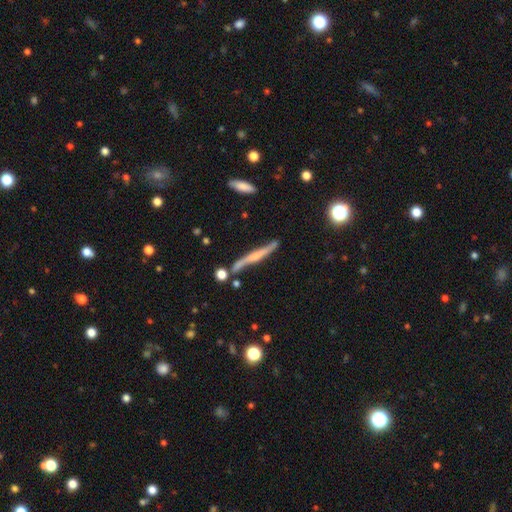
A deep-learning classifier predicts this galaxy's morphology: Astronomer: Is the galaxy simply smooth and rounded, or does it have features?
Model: featured or disk — 65%.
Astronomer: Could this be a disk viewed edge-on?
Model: yes — 87%.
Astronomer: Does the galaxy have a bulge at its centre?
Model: rounded — 51% (runner-up: none, 28%).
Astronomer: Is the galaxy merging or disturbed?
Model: none — 68%.